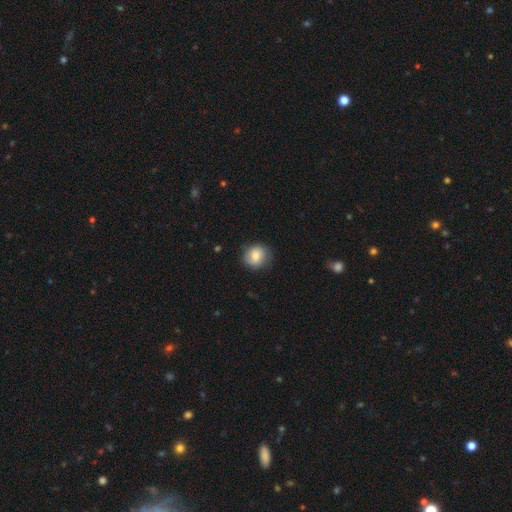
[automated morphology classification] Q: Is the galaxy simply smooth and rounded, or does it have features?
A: smooth — 73%.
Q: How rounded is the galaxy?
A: round — 83%.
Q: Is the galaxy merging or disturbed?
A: none — 79%.